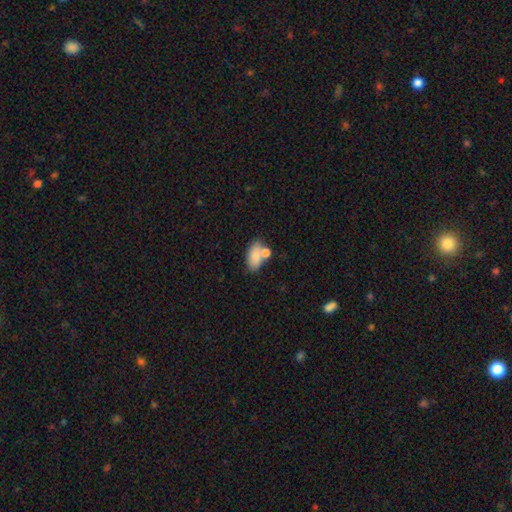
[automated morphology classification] This appears to be a smooth galaxy with no disk features (79%) that is in between round and cigar-shaped (90%). Merging: none (47%).